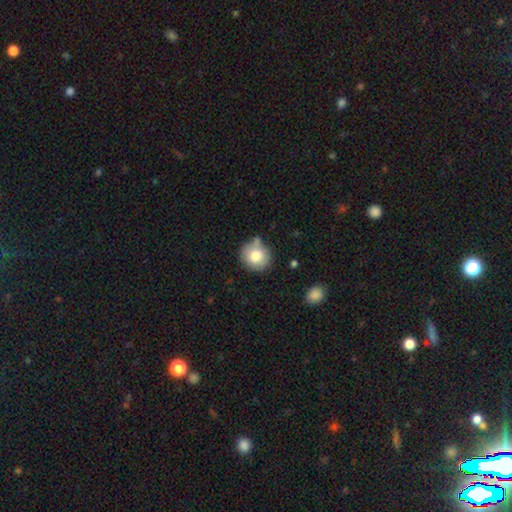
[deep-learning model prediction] smooth 80%, featured or disk 11%, star or artifact 8%. Down the decision tree: how rounded — round (89%); merging — none (71%).